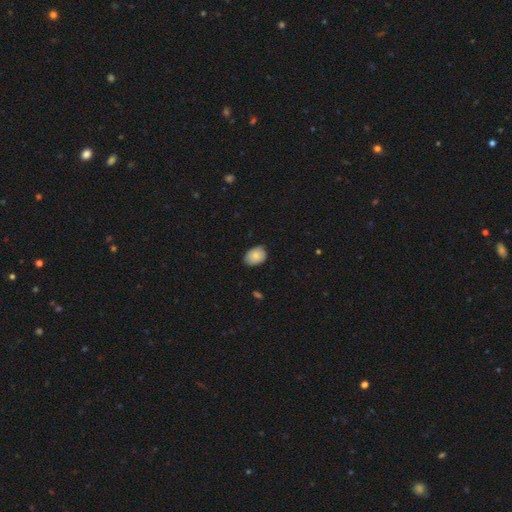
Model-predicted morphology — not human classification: Smooth or featured: smooth — 85% (featured or disk — 8%)
How rounded: in between — 69% (round — 31%)
Merging: none — 79% (minor disturbance — 18%)